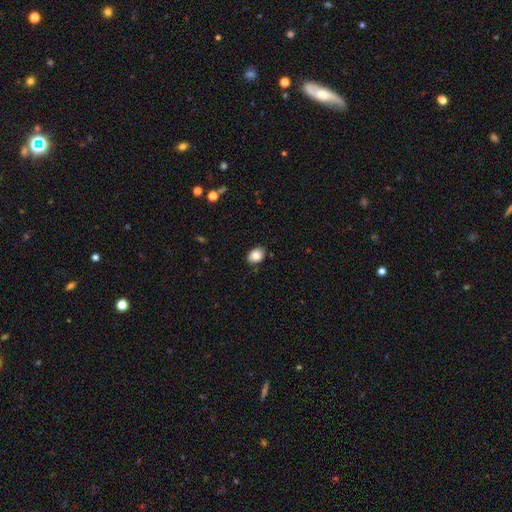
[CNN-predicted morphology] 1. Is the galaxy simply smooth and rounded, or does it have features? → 84% smooth, 8% star or artifact, 7% featured or disk.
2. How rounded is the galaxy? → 70% in between, 29% round, 1% cigar-shaped.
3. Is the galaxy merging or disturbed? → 85% none, 11% minor disturbance, 2% major disturbance, 1% merger.